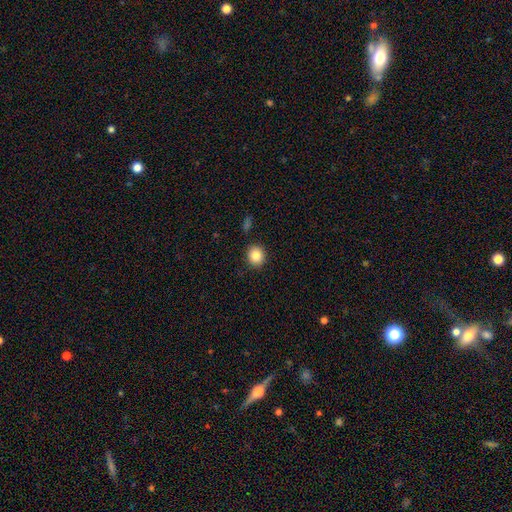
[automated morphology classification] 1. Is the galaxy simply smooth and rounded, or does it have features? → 85% smooth, 9% star or artifact, 6% featured or disk.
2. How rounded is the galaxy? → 79% round, 20% in between, 1% cigar-shaped.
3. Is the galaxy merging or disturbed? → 89% none, 7% minor disturbance, 2% major disturbance, 2% merger.